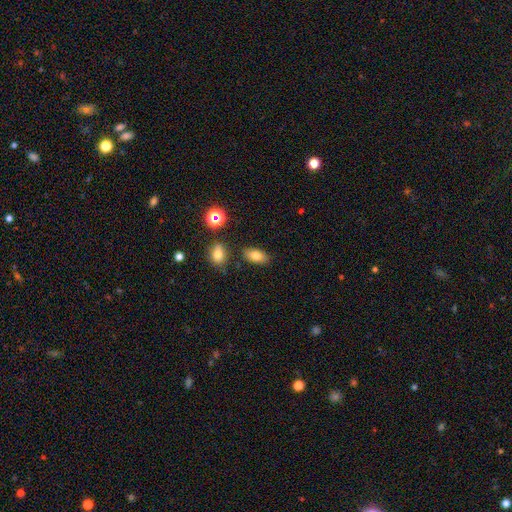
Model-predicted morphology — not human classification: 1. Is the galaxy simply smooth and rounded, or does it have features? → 76% smooth, 12% star or artifact, 12% featured or disk.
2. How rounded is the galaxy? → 88% in between, 8% round, 4% cigar-shaped.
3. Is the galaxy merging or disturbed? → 82% none, 11% minor disturbance, 4% merger, 3% major disturbance.